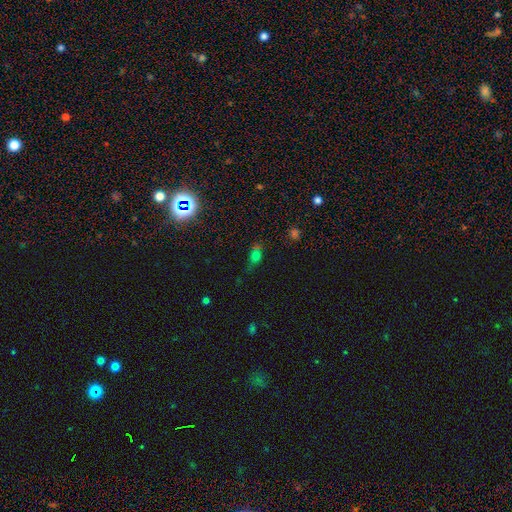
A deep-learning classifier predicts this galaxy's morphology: smooth 55%, star or artifact 32%, featured or disk 13%. Down the decision tree: how rounded — in between (58%); merging — none (55%).